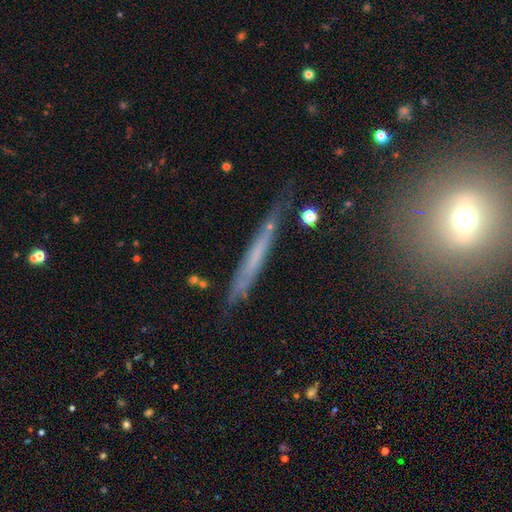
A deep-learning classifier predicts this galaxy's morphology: smooth-or-featured: featured or disk: 49% | smooth: 41% | star or artifact: 10%
  merging: none: 68% | minor disturbance: 22% | major disturbance: 6% | merger: 4%